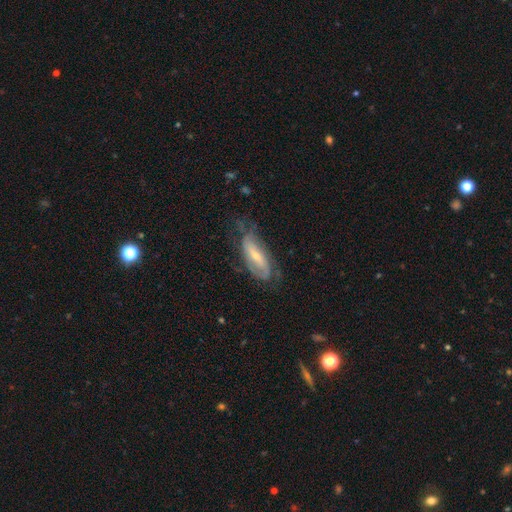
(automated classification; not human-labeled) This is likely a featured or disk galaxy (74%). It is clearly not viewed edge-on (87%). Bar: marginally strong (37%). Spiral arm pattern: clearly yes (87%). Spiral arm count: likely 2 (64%). Spiral winding: marginally medium (41%). Central bulge: likely small (61%). Merging: possibly none (58%).